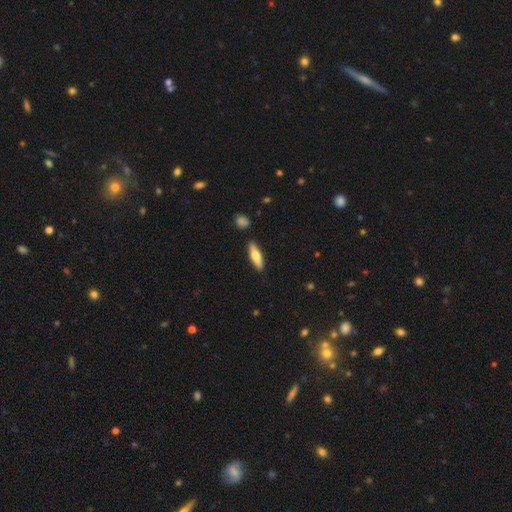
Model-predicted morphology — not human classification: Q: Smooth or featured?
A: smooth (63%); runner-up: featured or disk (32%)
Q: How rounded?
A: cigar-shaped (58%); runner-up: in between (40%)
Q: Merging?
A: none (88%); runner-up: minor disturbance (8%)